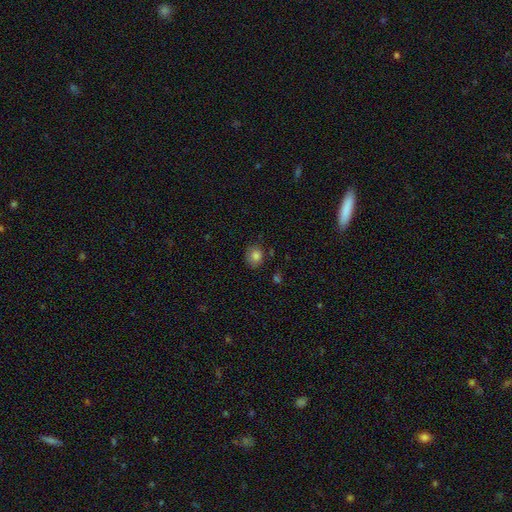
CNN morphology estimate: smooth_or_featured: smooth (p=0.82) [alt: star or artifact p=0.11]
how_rounded: round (p=0.63) [alt: in between p=0.36]
merging: none (p=0.74) [alt: minor disturbance p=0.19]